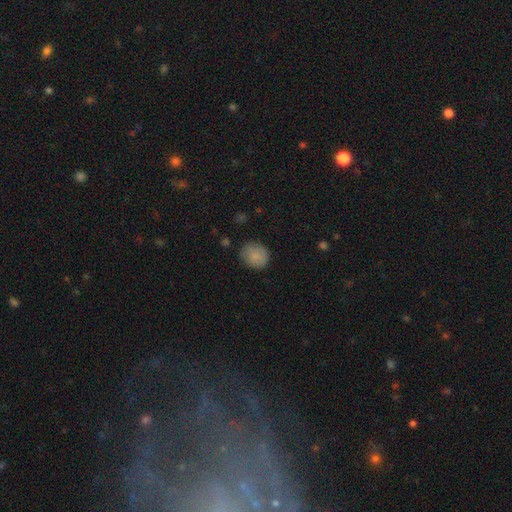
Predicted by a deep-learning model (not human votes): This appears to be a smooth galaxy with no disk features (85%) that is round (69%). Merging: none (79%).